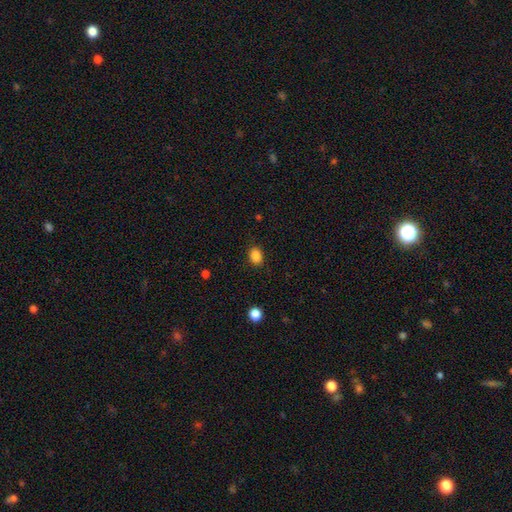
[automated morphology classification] Q: Smooth or featured?
A: smooth (87%); runner-up: star or artifact (10%)
Q: How rounded?
A: in between (66%); runner-up: round (33%)
Q: Merging?
A: none (87%); runner-up: minor disturbance (9%)